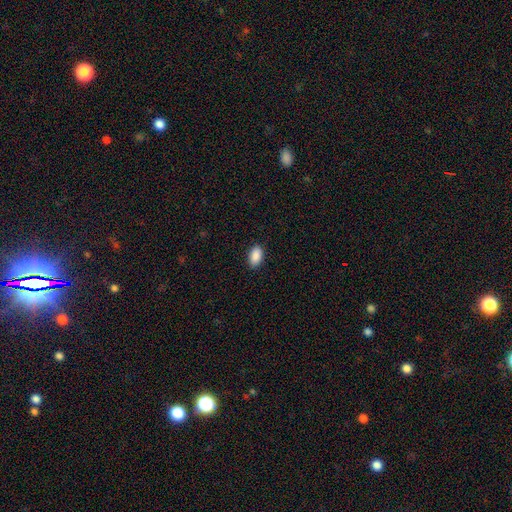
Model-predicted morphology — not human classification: type=smooth (90%); roundness=in between (93%); merging=none (88%).